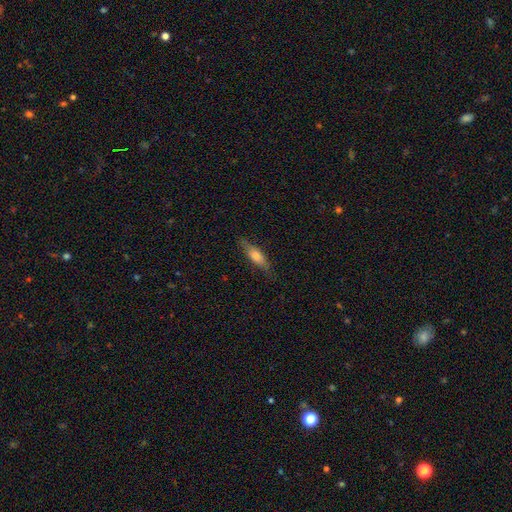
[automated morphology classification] A smooth galaxy with no disk features (57%) that is cigar-shaped (63%).

Vote fractions:
- Smooth or featured? smooth: 57% / featured or disk: 36% / star or artifact: 7%
- How rounded? cigar-shaped: 63% / in between: 34% / round: 2%
- Merging? none: 81% / minor disturbance: 15% / major disturbance: 4% / merger: 1%